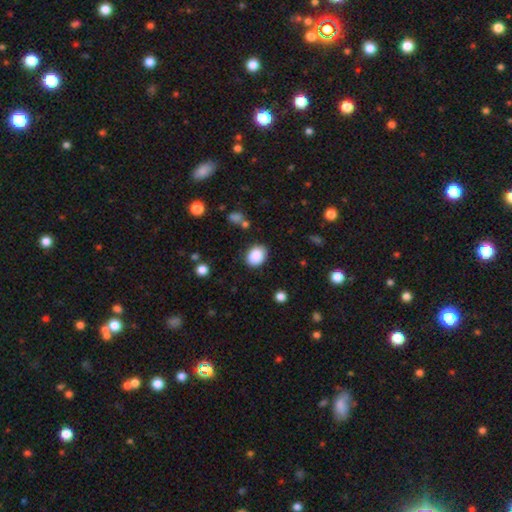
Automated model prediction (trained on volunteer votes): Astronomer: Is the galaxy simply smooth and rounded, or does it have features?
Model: smooth — 88%.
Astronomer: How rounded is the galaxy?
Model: in between — 60% (runner-up: round, 39%).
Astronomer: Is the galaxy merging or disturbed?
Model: none — 84%.